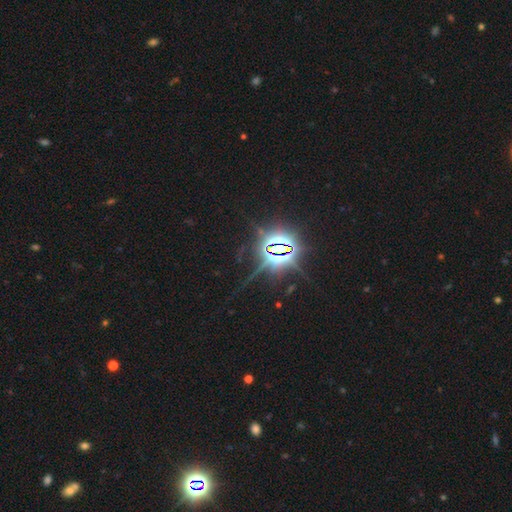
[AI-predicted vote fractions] Smooth or featured? Predicted: star or artifact (p=0.86).